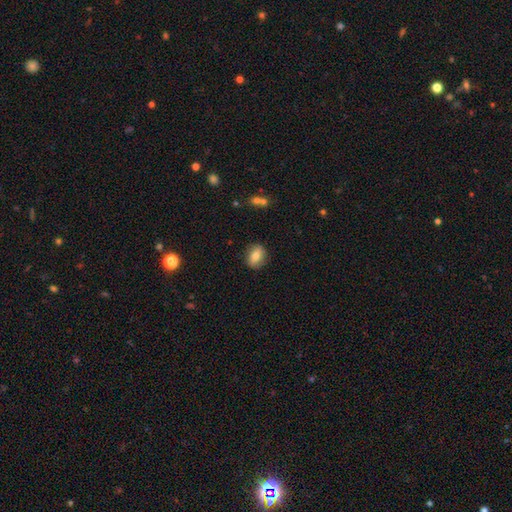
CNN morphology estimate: Overall: smooth (74%). How rounded: in between (54%; round 45%). Merging: none (86%).